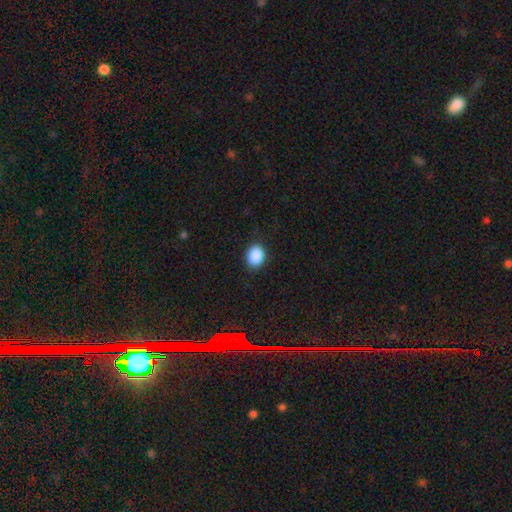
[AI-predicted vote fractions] Smooth or featured: smooth — 89% (star or artifact — 8%)
How rounded: in between — 55% (round — 44%)
Merging: none — 87% (minor disturbance — 9%)